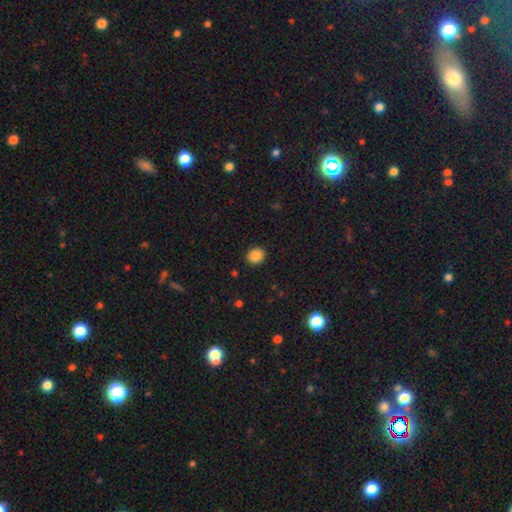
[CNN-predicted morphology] Q: Smooth or featured?
A: smooth (86%); runner-up: star or artifact (10%)
Q: How rounded?
A: round (76%); runner-up: in between (23%)
Q: Merging?
A: none (91%); runner-up: minor disturbance (6%)